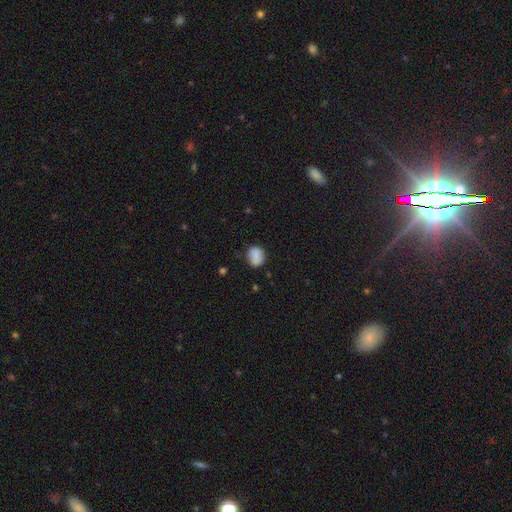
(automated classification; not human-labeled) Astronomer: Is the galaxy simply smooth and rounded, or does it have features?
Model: smooth — 83%.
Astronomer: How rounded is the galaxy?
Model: round — 58% (runner-up: in between, 41%).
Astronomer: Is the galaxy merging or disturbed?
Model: none — 75%.